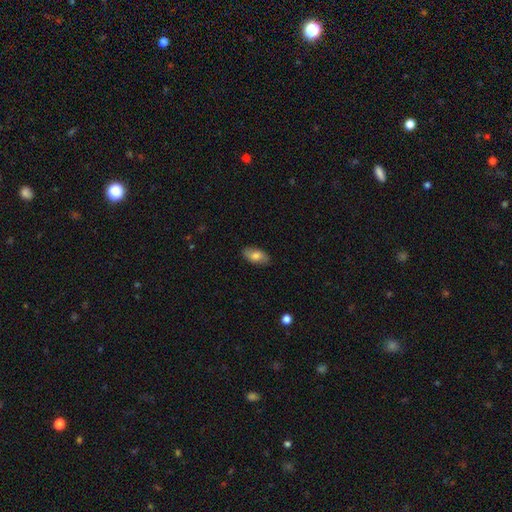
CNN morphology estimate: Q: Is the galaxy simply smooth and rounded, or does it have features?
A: smooth — 75%.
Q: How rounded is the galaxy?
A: in between — 92%.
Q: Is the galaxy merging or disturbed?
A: none — 84%.